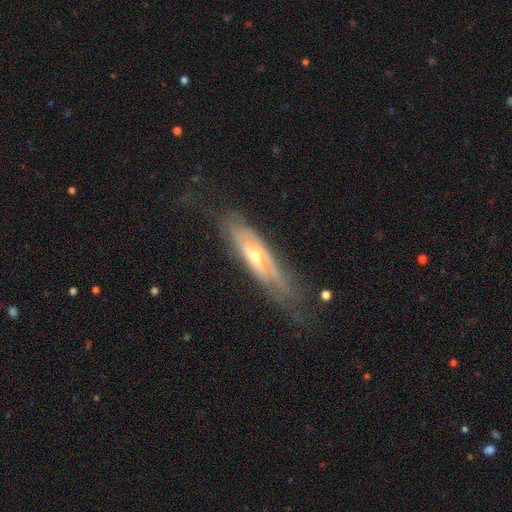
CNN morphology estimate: type=featured or disk (72%); edge-on=yes (54%); merging=none (57%).